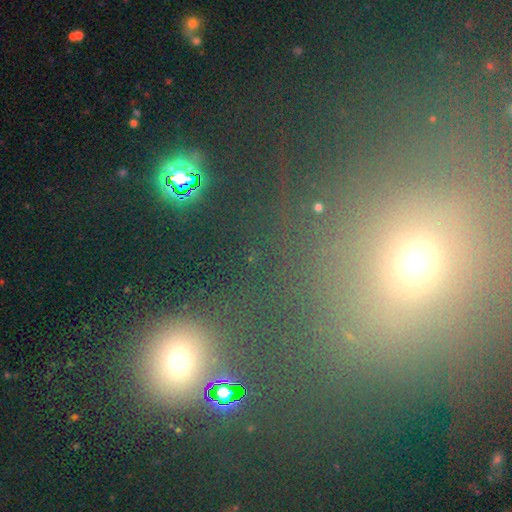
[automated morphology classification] A smooth galaxy with no disk features (52%) that is round (71%).

Vote fractions:
- Smooth or featured? smooth: 52% / star or artifact: 38% / featured or disk: 10%
- How rounded? round: 71% / in between: 26% / cigar-shaped: 3%
- Merging? none: 75% / minor disturbance: 9% / merger: 9% / major disturbance: 7%